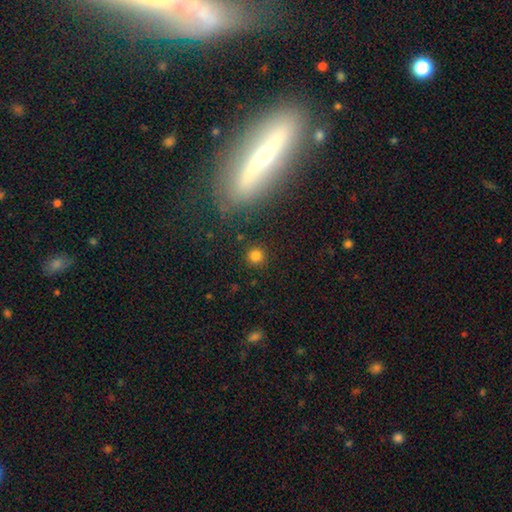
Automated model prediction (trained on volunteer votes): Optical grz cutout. It shows a smooth galaxy with no disk features (81%) that is round (94%). Merging: none (90%).